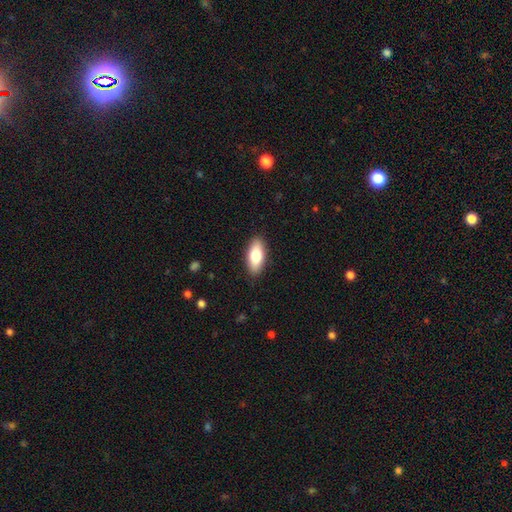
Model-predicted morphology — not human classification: A smooth galaxy with no disk features (80%) that is in between round and cigar-shaped (85%).

Vote fractions:
- Smooth or featured? smooth: 80% / featured or disk: 14% / star or artifact: 6%
- How rounded? in between: 85% / cigar-shaped: 13% / round: 2%
- Merging? none: 88% / minor disturbance: 9% / major disturbance: 2% / merger: 1%